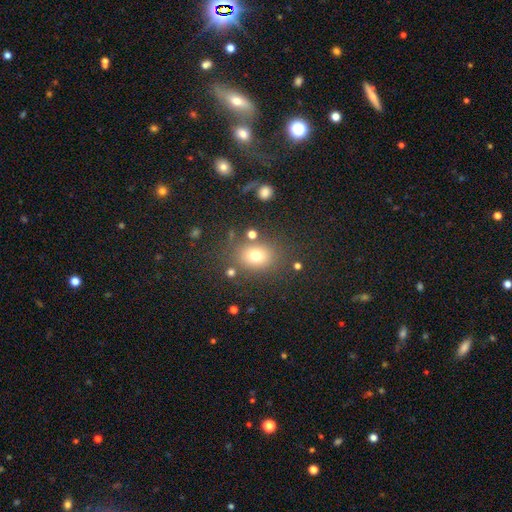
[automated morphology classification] Overall: smooth (74%). How rounded: round (58%; in between 41%). Merging: none (77%).